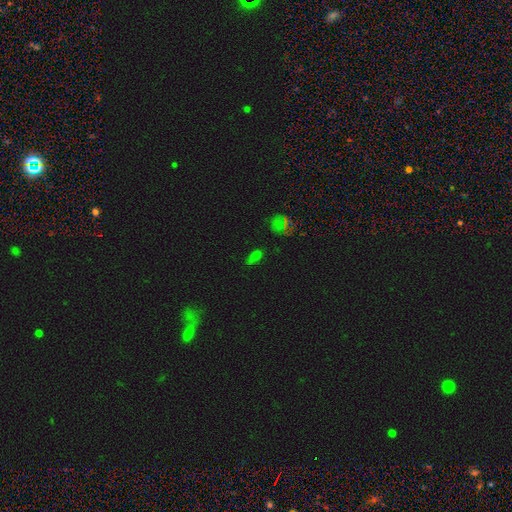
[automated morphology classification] Smooth or featured? smooth (60%)
How rounded? in between (78%)
Merging? none (74%)